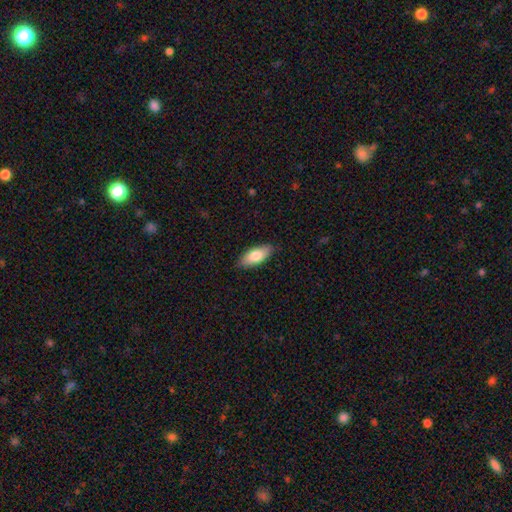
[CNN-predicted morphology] Smooth or featured?
  - smooth: 77% *
  - featured or disk: 17%
  - star or artifact: 6%
How rounded?
  - in between: 83% *
  - cigar-shaped: 15%
  - round: 2%
Merging?
  - none: 86% *
  - minor disturbance: 11%
  - major disturbance: 2%
  - merger: 1%